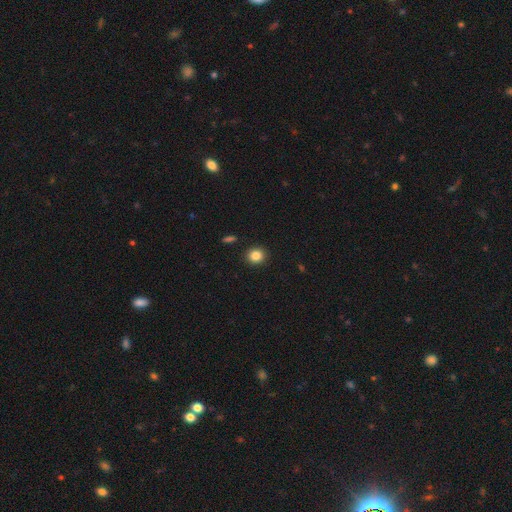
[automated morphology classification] Smooth or featured?
  - smooth: 85% *
  - star or artifact: 10%
  - featured or disk: 5%
How rounded?
  - round: 85% *
  - in between: 14%
  - cigar-shaped: 1%
Merging?
  - none: 92% *
  - minor disturbance: 5%
  - major disturbance: 2%
  - merger: 1%